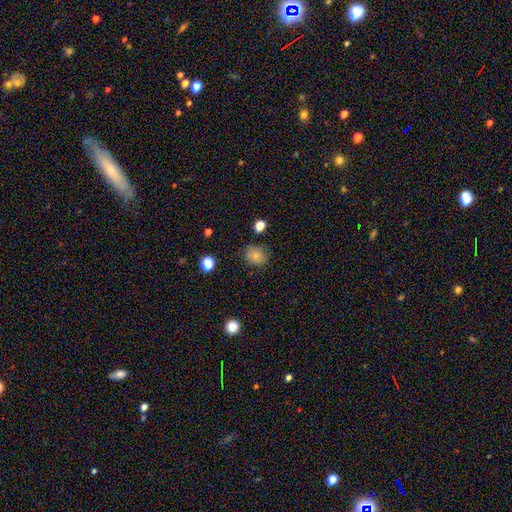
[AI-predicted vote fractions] Smooth or featured: smooth — 79% (star or artifact — 11%)
How rounded: round — 66% (in between — 33%)
Merging: none — 77% (minor disturbance — 17%)